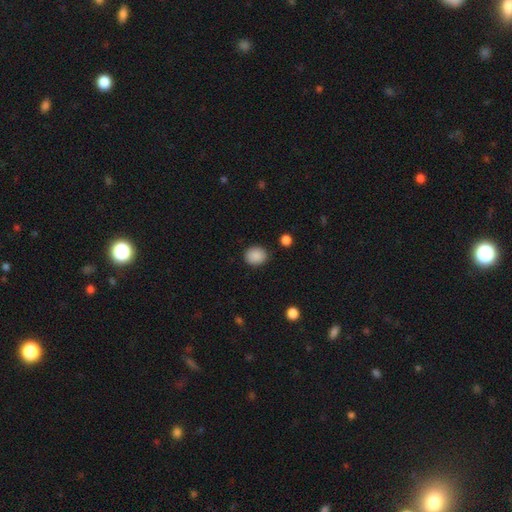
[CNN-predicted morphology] Q: Smooth or featured?
A: smooth (88%); runner-up: star or artifact (8%)
Q: How rounded?
A: round (65%); runner-up: in between (34%)
Q: Merging?
A: none (87%); runner-up: minor disturbance (9%)